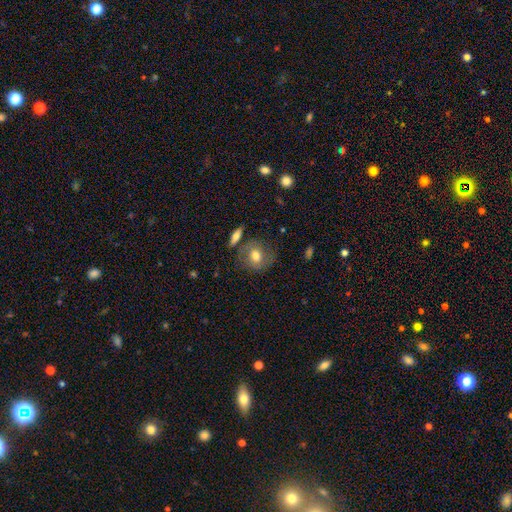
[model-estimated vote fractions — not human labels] A smooth galaxy with no disk features (67%) that is round (70%). Merging: none (74%).